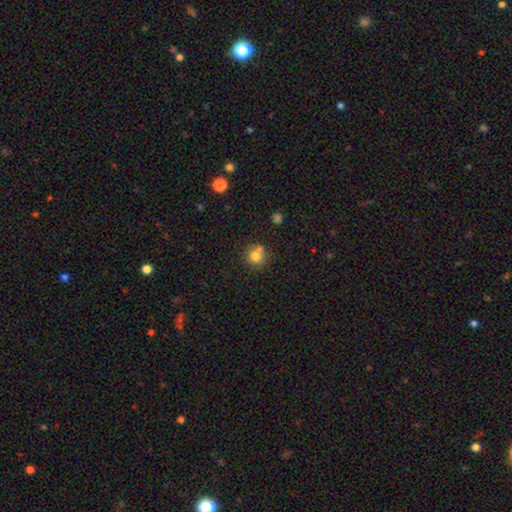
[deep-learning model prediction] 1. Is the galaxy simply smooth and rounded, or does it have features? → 78% smooth, 12% star or artifact, 9% featured or disk.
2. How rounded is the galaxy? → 91% round, 8% in between, 1% cigar-shaped.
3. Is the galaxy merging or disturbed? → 65% none, 22% merger, 10% minor disturbance, 3% major disturbance.